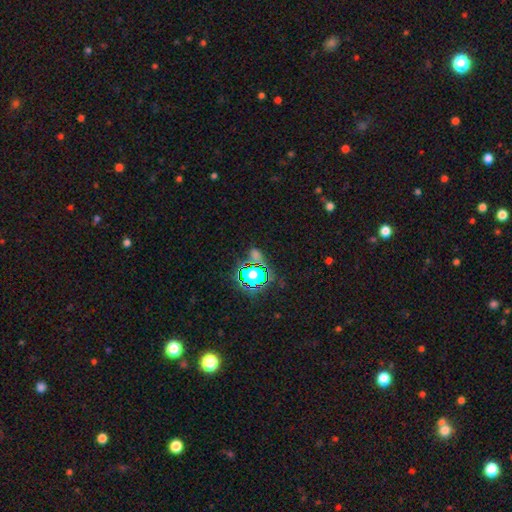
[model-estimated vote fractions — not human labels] The model was most divided on "smooth or featured": star or artifact: 60%, smooth: 30%, featured or disk: 10%.